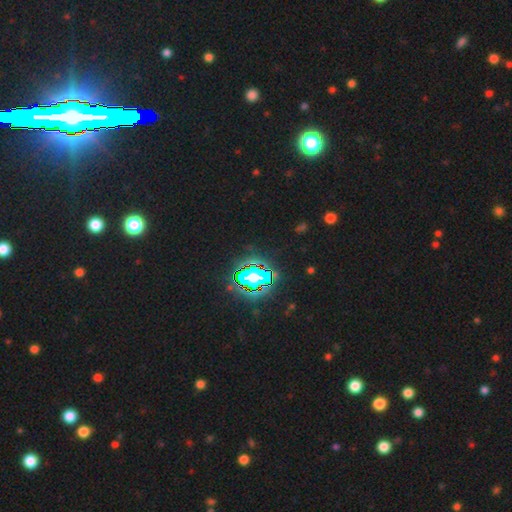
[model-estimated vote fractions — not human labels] A star or artifact, not a galaxy (84%).

Vote fractions:
- Smooth or featured? star or artifact: 84% / smooth: 9% / featured or disk: 7%